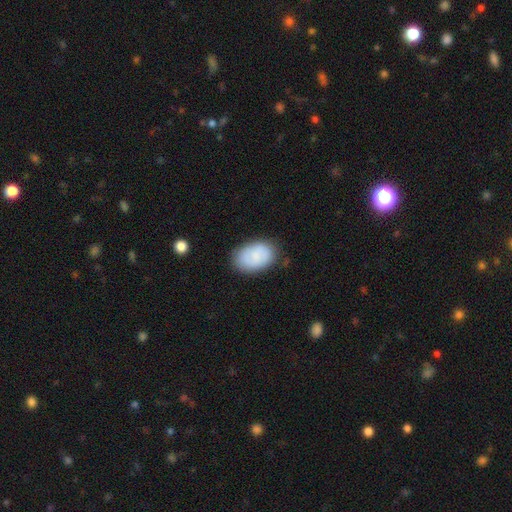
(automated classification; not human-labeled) A smooth galaxy with no disk features (76%) that is in between round and cigar-shaped (88%). Merging: none (79%).